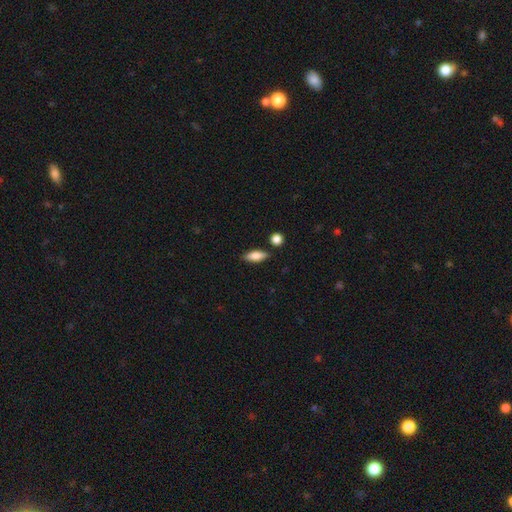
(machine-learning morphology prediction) smooth 79%, featured or disk 15%, star or artifact 7%. Down the decision tree: how rounded — in between (71%); merging — none (83%).